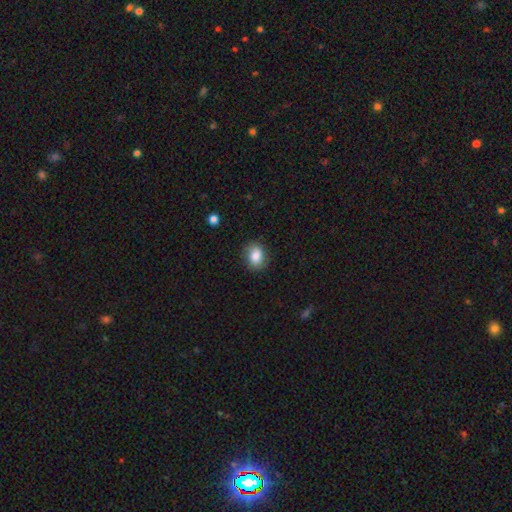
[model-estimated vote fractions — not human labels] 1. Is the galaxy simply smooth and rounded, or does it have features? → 85% smooth, 8% star or artifact, 7% featured or disk.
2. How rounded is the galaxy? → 59% in between, 40% round, 1% cigar-shaped.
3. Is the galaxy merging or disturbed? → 85% none, 11% minor disturbance, 3% major disturbance, 1% merger.